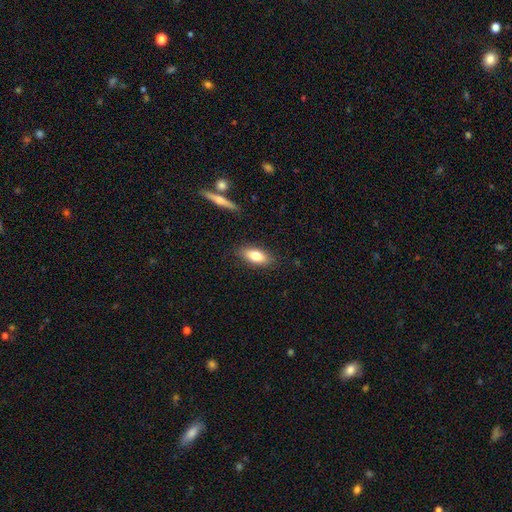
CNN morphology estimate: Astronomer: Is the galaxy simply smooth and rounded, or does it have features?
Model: smooth — 77%.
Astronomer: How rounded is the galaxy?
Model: in between — 79%.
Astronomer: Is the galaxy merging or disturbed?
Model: none — 85%.